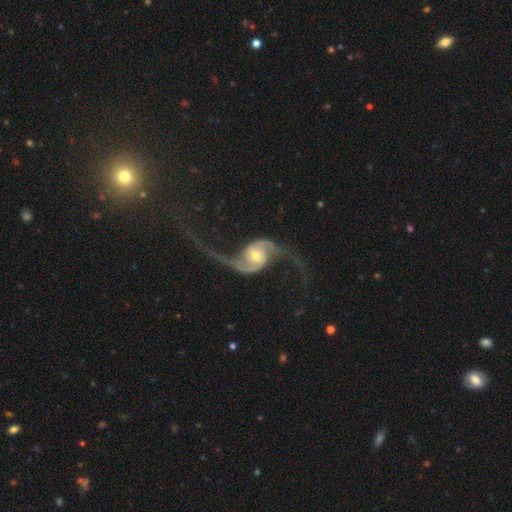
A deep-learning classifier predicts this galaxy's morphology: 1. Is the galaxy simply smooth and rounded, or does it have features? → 91% featured or disk, 5% smooth, 4% star or artifact.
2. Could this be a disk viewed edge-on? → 97% no, 3% yes.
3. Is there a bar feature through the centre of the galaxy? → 57% no, 29% weak, 14% strong.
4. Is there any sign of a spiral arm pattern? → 97% yes, 3% no.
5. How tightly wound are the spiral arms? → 86% loose, 10% medium, 4% tight.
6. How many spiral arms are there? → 94% 2, 1% 1, 1% can't tell, 1% 3, 1% 4, 1% more than 4.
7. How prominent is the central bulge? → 58% moderate, 34% small, 5% large, 2% none, 2% dominant.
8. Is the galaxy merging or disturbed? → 58% none, 25% major disturbance, 13% minor disturbance, 4% merger.